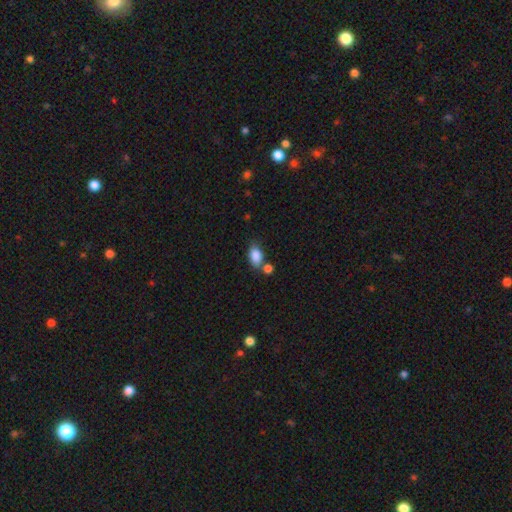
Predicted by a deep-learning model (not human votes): smooth-or-featured: smooth: 86% | star or artifact: 8% | featured or disk: 6%
  how-rounded: in between: 87% | round: 11% | cigar-shaped: 2%
  merging: none: 56% | merger: 23% | minor disturbance: 16% | major disturbance: 5%